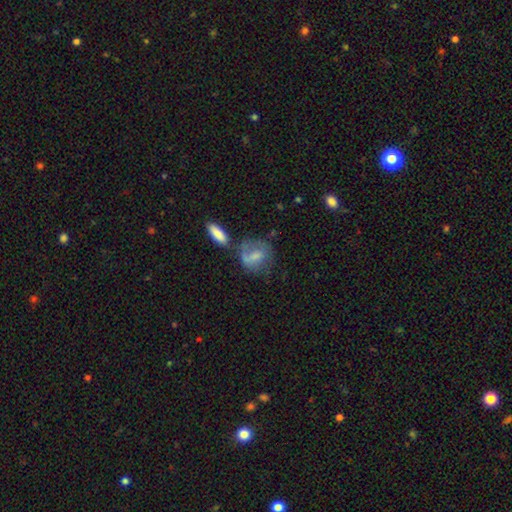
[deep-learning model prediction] Morphology: type=smooth (52%); roundness=in between (53%); merging=none (48%).